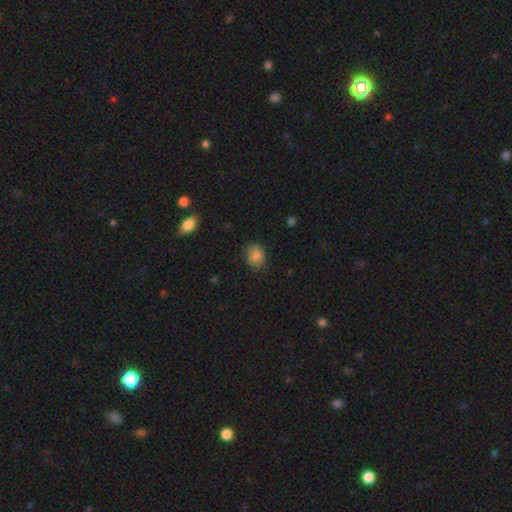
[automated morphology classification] Smooth or featured? smooth (85%)
How rounded? in between (59%)
Merging? none (79%)